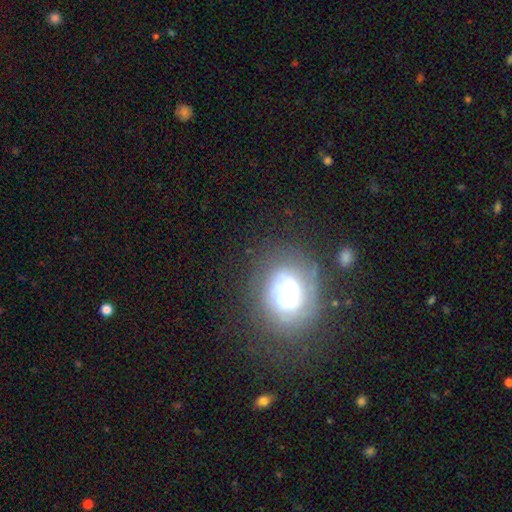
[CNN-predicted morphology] A smooth galaxy with no disk features (46%). Merging: none (77%).